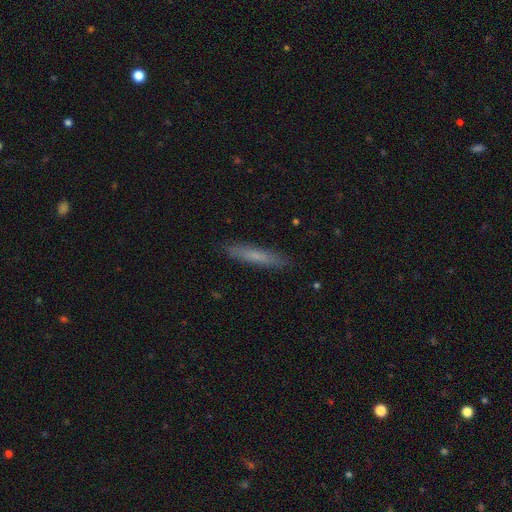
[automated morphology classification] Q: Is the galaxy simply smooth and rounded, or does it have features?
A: smooth — 66%.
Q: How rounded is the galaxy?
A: cigar-shaped — 93%.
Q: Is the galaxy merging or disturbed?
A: none — 90%.